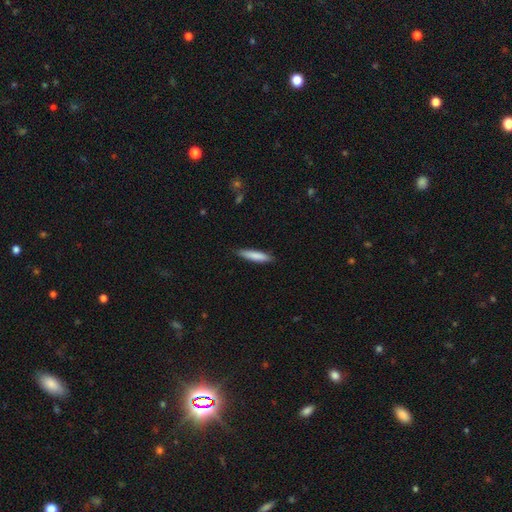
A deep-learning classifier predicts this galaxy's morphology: This appears to be a smooth galaxy with no disk features (81%) that is cigar-shaped (87%). Merging: none (86%).